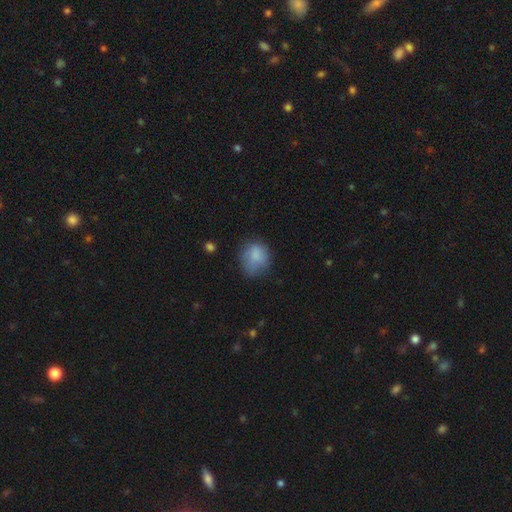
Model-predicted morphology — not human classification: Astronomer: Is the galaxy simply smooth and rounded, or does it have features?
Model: smooth — 81%.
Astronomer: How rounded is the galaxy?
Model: round — 67%.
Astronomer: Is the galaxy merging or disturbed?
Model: none — 60%.